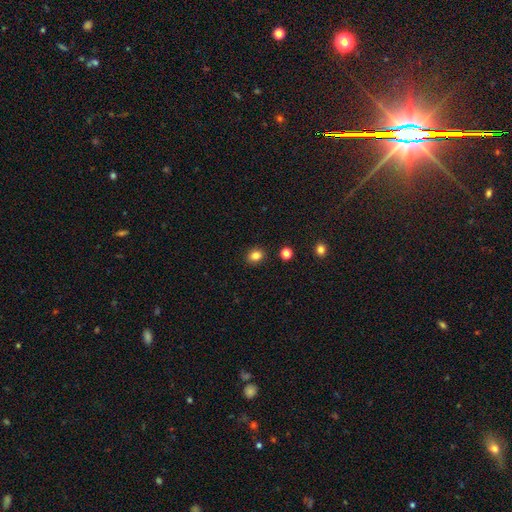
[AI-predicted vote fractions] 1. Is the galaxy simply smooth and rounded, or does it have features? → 83% smooth, 12% star or artifact, 5% featured or disk.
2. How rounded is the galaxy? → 55% round, 44% in between, 1% cigar-shaped.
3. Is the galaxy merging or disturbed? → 89% none, 7% minor disturbance, 2% major disturbance, 2% merger.